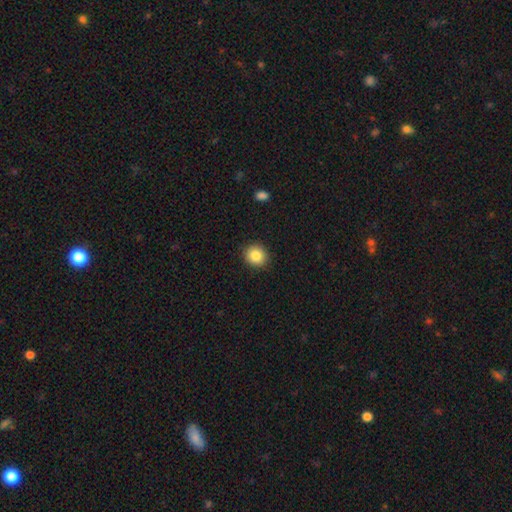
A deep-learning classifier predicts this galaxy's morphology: This is clearly a smooth galaxy (85%). How rounded: clearly round (85%). Merging: clearly none (91%).